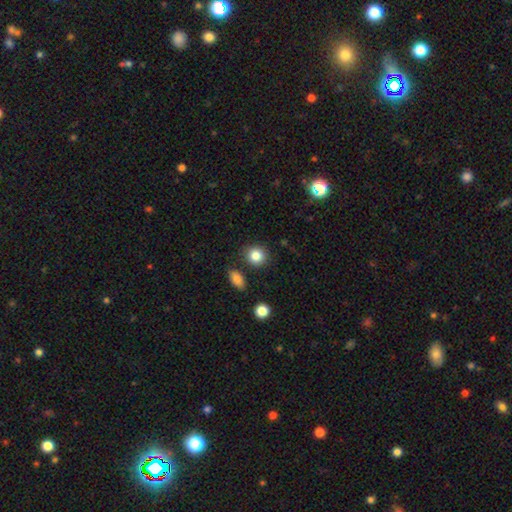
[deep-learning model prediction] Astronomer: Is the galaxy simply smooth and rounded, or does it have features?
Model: smooth — 84%.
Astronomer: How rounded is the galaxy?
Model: round — 83%.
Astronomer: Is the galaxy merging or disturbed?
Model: none — 84%.